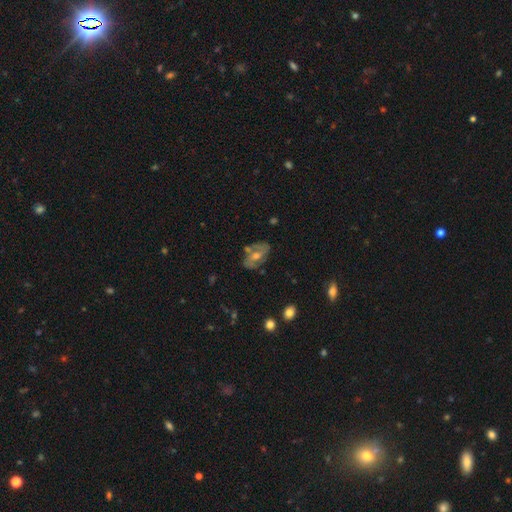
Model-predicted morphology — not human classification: Smooth or featured? featured or disk (67%)
Edge-on disk? no (92%)
Bar? weak (41%)
Spiral arms? yes (74%)
Bulge size? moderate (60%)
Merging? none (71%)